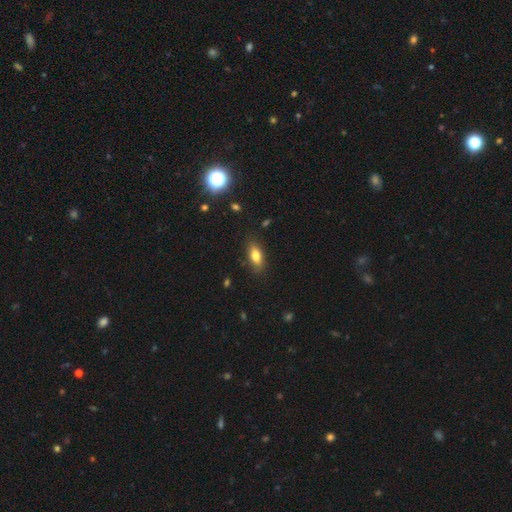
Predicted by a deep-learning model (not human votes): Morphology: type=smooth (75%); roundness=in between (77%); merging=none (85%).